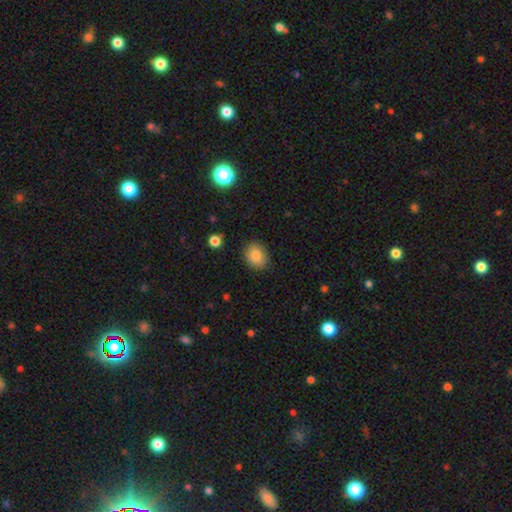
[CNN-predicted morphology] Overall: smooth (85%). How rounded: in between (51%; round 48%). Merging: none (85%).